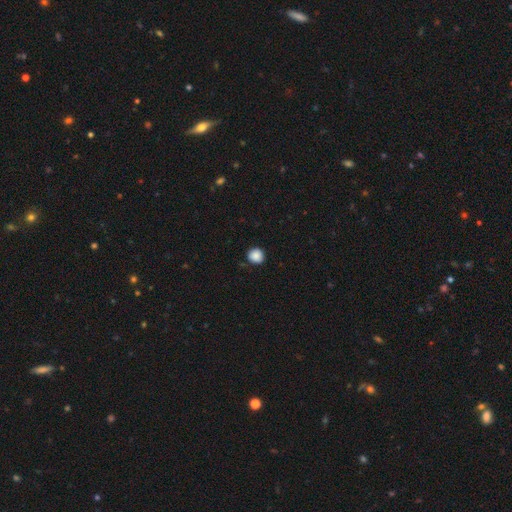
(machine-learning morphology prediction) smooth 88%, star or artifact 9%, featured or disk 3%. Down the decision tree: how rounded — round (91%); merging — none (89%).